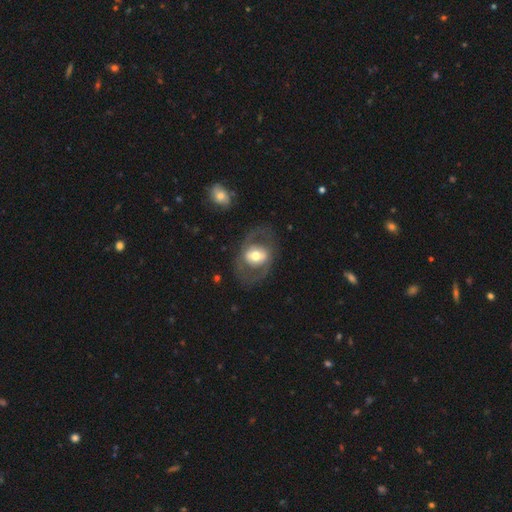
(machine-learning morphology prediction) The model was most divided on "spiral arms": yes: 51%, no: 49%. Remaining: edge-on disk — no (94%); merging — none (71%); smooth or featured — featured or disk (66%); bulge size — moderate (64%); bar — no (41%).